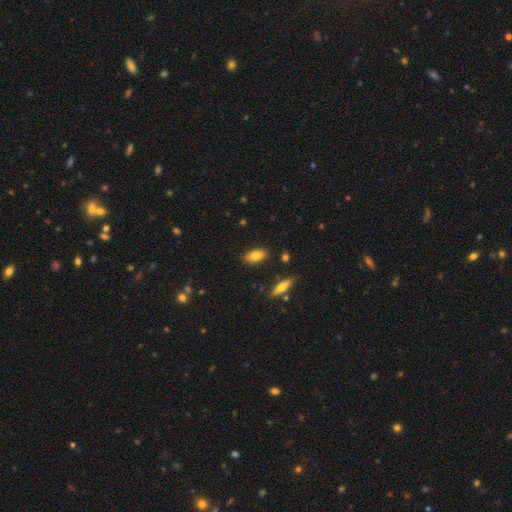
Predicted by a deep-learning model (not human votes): A smooth galaxy with no disk features (80%) that is in between round and cigar-shaped (86%). Merging: none (86%).